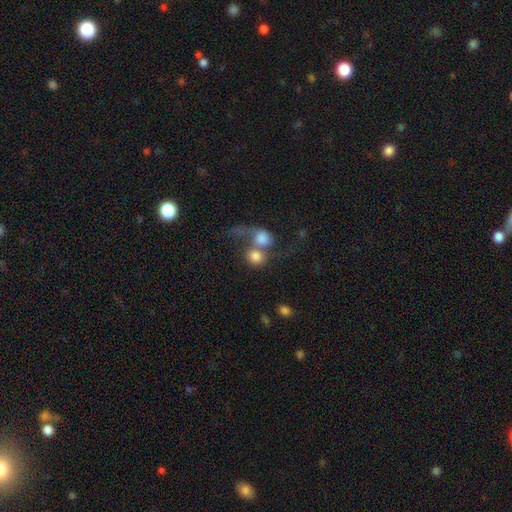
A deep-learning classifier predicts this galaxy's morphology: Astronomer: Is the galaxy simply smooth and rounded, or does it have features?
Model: smooth — 75%.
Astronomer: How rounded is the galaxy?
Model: round — 77%.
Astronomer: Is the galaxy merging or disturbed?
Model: merger — 64%.